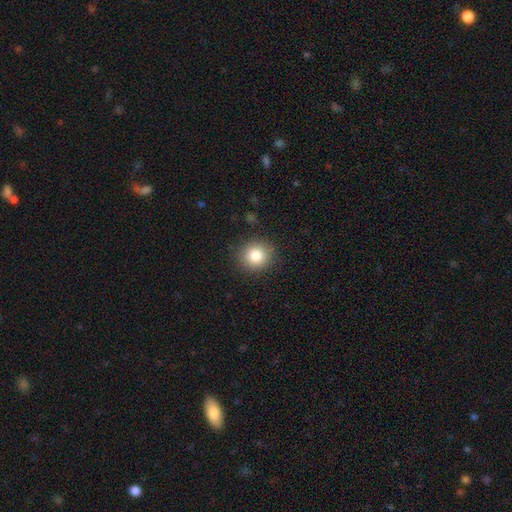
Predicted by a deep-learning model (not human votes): This is clearly a smooth galaxy (83%). How rounded: clearly round (90%). Merging: clearly none (89%).